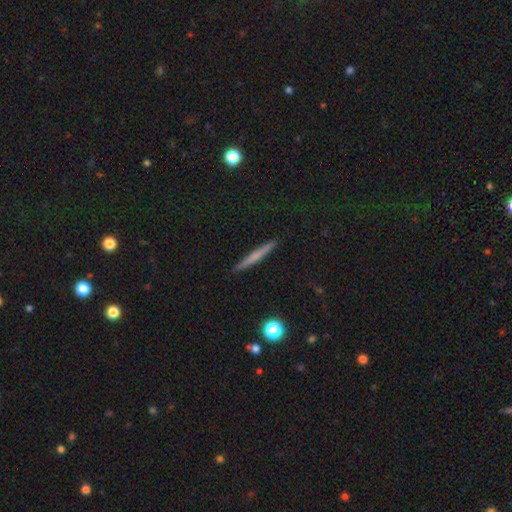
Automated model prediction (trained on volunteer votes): Smooth or featured? smooth (54%)
How rounded? cigar-shaped (95%)
Merging? none (92%)